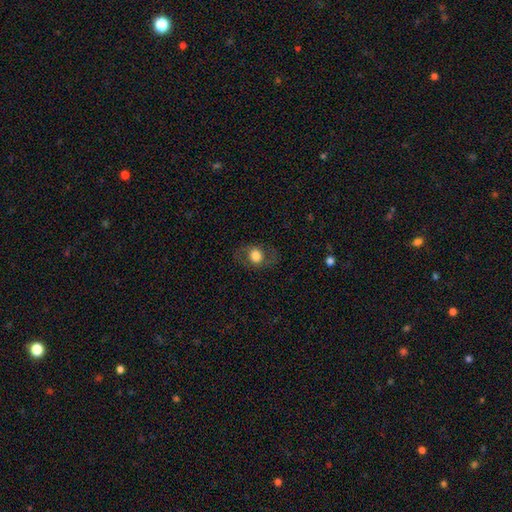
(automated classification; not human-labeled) This appears to be a smooth galaxy with no disk features (64%) that is round (57%). Merging: none (77%).